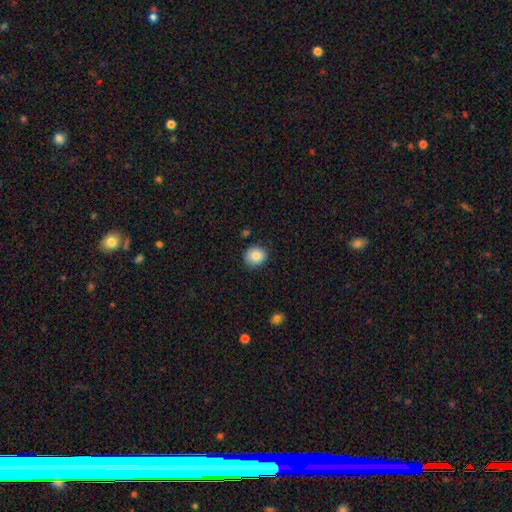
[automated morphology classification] Smooth or featured: smooth — 86% (star or artifact — 9%)
How rounded: round — 81% (in between — 18%)
Merging: none — 86% (minor disturbance — 10%)